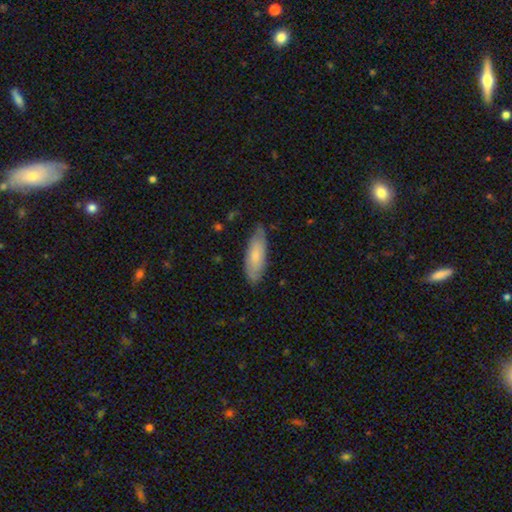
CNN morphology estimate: A smooth galaxy with no disk features (71%) that is in between round and cigar-shaped (66%). Merging: none (73%).